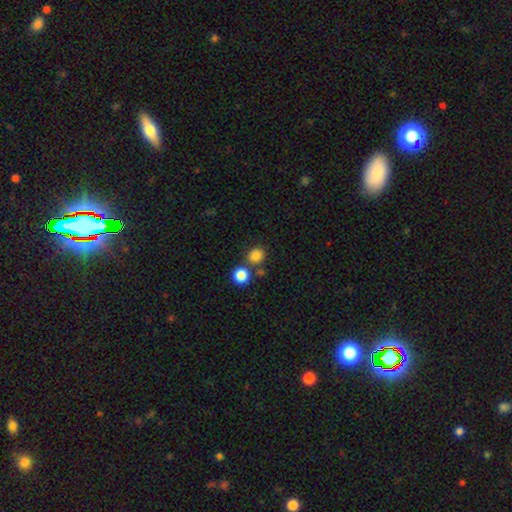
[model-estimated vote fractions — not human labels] Q: Smooth or featured?
A: smooth (83%); runner-up: star or artifact (12%)
Q: How rounded?
A: round (84%); runner-up: in between (15%)
Q: Merging?
A: none (71%); runner-up: merger (18%)